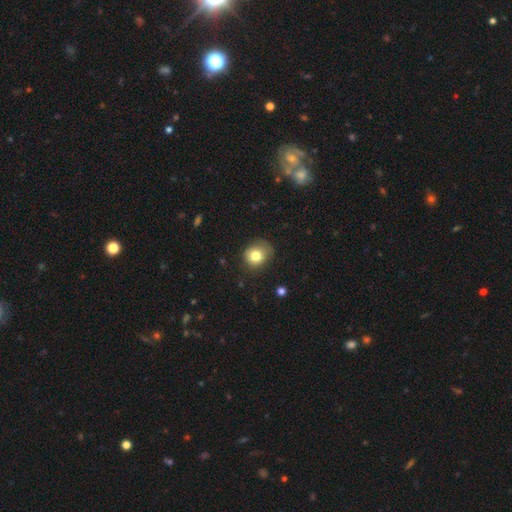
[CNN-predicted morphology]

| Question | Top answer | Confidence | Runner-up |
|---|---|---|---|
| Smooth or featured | smooth | 79% | featured or disk (11%) |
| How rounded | round | 75% | in between (24%) |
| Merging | none | 66% | minor disturbance (25%) |